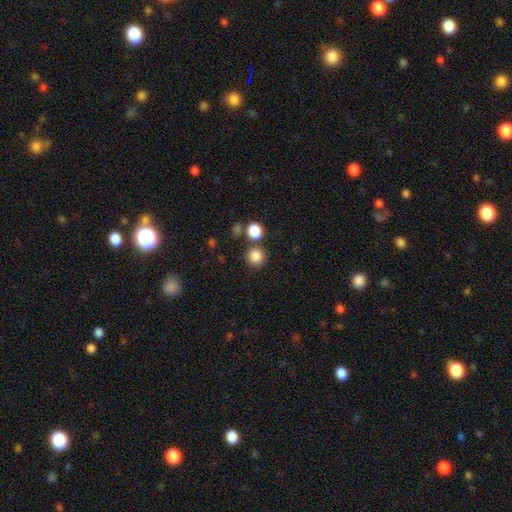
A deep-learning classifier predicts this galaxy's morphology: Overall: smooth (85%). How rounded: round (93%). Merging: none (77%).